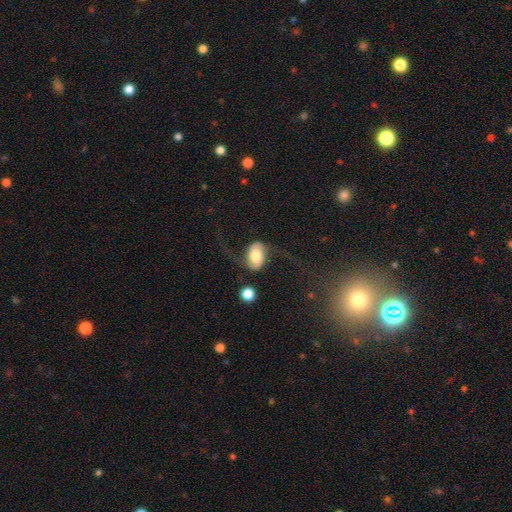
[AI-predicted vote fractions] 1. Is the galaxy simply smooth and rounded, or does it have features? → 65% featured or disk, 27% smooth, 7% star or artifact.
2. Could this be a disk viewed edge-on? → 96% no, 4% yes.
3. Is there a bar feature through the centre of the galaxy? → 58% no, 31% weak, 11% strong.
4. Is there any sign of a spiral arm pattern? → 91% yes, 9% no.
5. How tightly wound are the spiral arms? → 85% loose, 12% medium, 4% tight.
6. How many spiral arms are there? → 92% 2, 4% 1, 2% can't tell, 1% 3, 1% 4, 1% more than 4.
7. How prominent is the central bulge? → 39% moderate, 34% large, 15% dominant, 9% small, 3% none.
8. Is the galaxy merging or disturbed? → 51% none, 28% major disturbance, 16% minor disturbance, 5% merger.